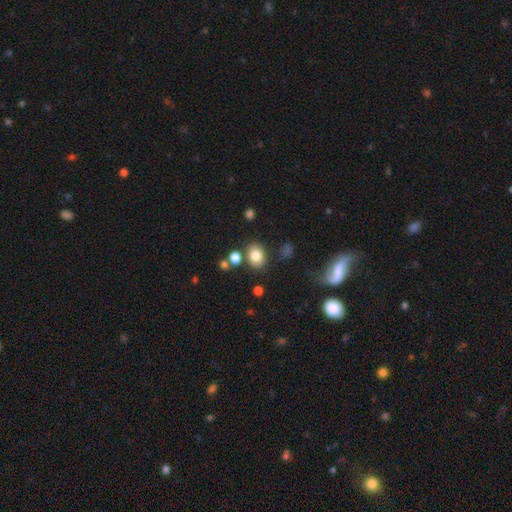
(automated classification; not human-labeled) This appears to be a smooth galaxy with no disk features (80%) that is round (51%). Merging: none (78%).